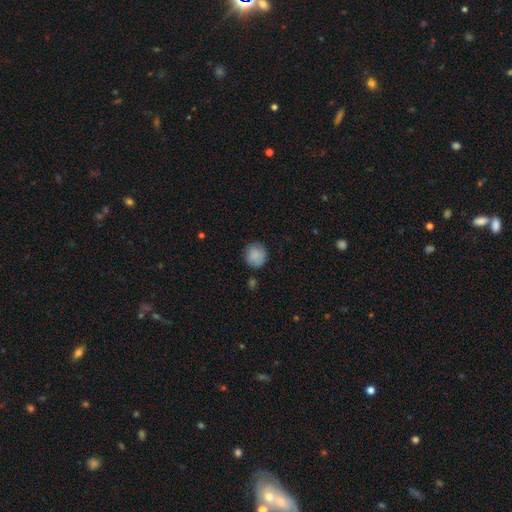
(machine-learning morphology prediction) Q: Smooth or featured?
A: smooth (87%); runner-up: star or artifact (7%)
Q: How rounded?
A: round (88%); runner-up: in between (11%)
Q: Merging?
A: none (82%); runner-up: minor disturbance (13%)